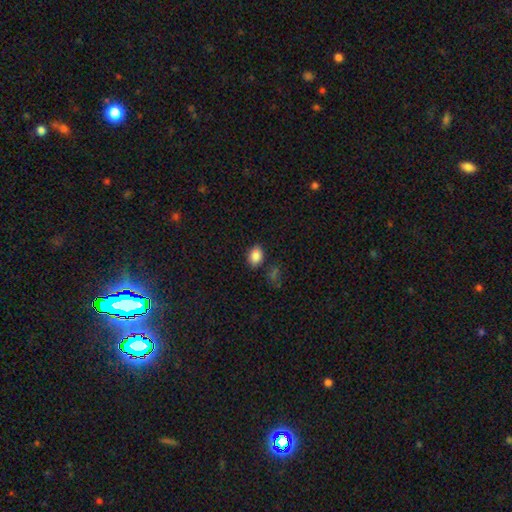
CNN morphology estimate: type=smooth (85%); roundness=in between (77%); merging=none (76%).